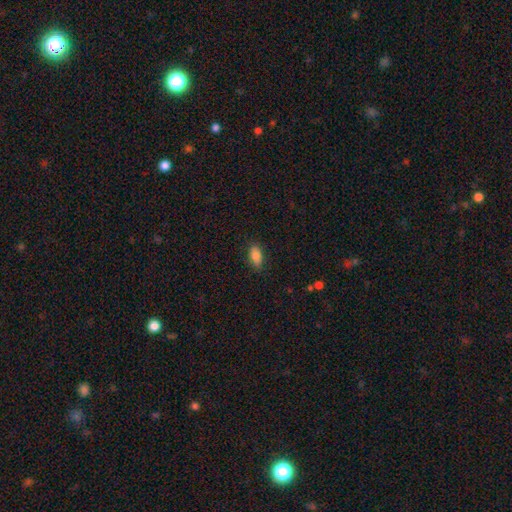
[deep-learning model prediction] smooth 83%, featured or disk 9%, star or artifact 8%. Down the decision tree: how rounded — in between (90%); merging — none (85%).